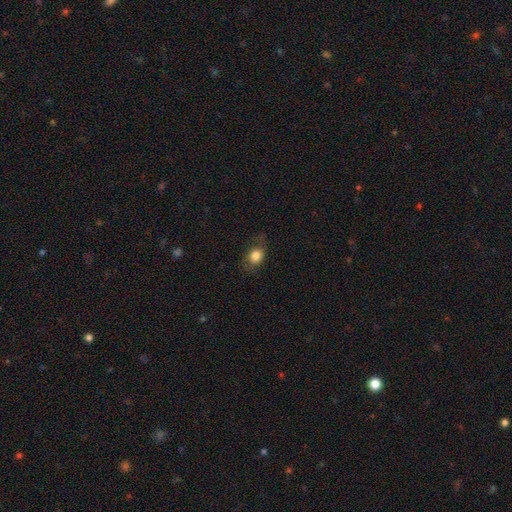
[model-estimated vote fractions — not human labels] Overall: smooth (79%). How rounded: in between (51%; round 47%). Merging: none (62%; minor disturbance 24%).